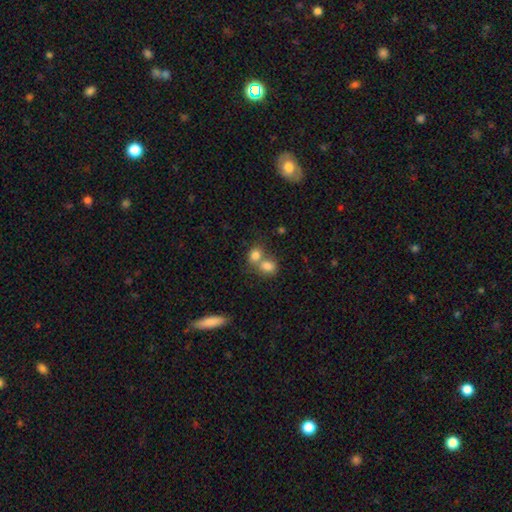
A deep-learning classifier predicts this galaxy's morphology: smooth_or_featured: smooth (p=0.80) [alt: featured or disk p=0.10]
how_rounded: in between (p=0.51) [alt: round p=0.48]
merging: merger (p=0.59) [alt: none p=0.30]